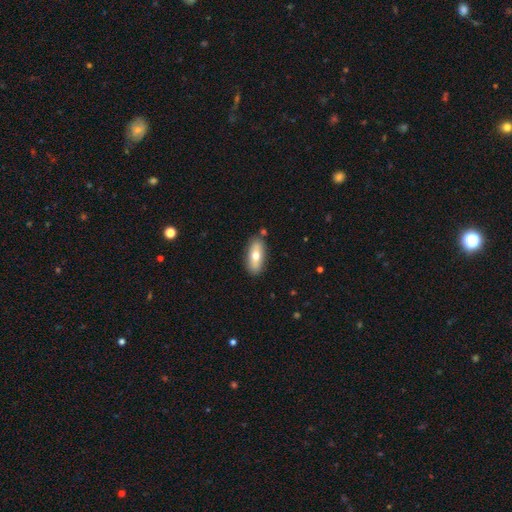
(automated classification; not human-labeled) Morphology: type=smooth (66%); roundness=in between (81%); merging=none (84%).